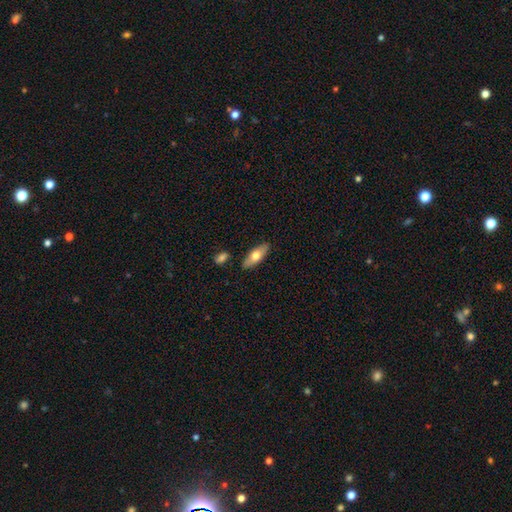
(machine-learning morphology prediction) This appears to be a smooth galaxy with no disk features (64%) that is in between round and cigar-shaped (69%). Merging: none (86%).